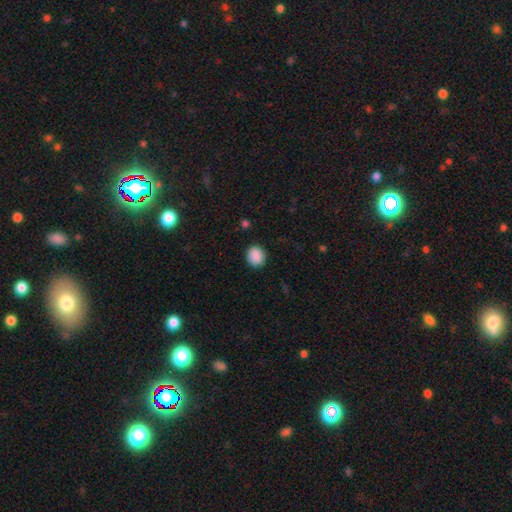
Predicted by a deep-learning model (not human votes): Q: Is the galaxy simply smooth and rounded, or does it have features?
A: smooth — 89%.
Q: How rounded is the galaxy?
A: round — 66%.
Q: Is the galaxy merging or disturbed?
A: none — 88%.